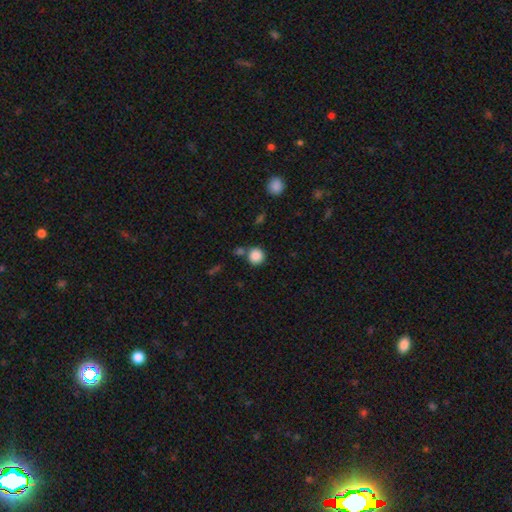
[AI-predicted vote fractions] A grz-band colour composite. It shows a smooth galaxy with no disk features (87%) that is round (93%). Merging: none (74%).